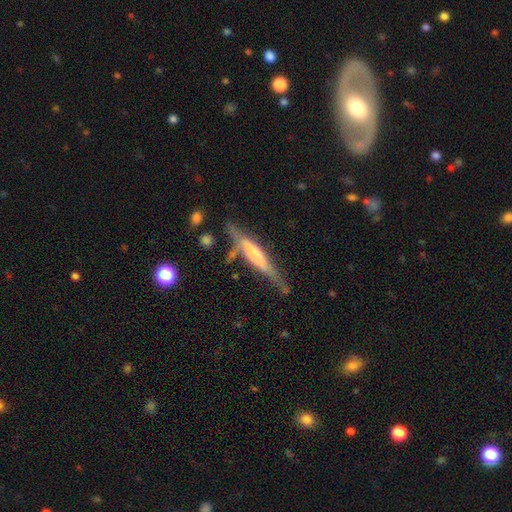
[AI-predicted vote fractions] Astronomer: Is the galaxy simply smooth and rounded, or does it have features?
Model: featured or disk — 64%.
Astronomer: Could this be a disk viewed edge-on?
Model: yes — 92%.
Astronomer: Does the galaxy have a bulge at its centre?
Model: rounded — 38% (runner-up: boxy, 35%).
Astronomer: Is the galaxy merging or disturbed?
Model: none — 66%.